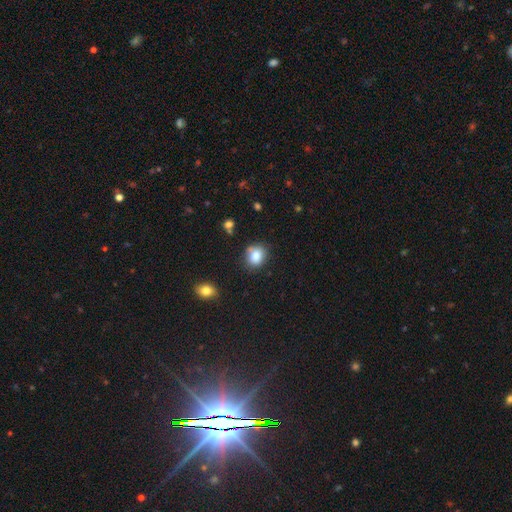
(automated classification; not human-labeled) smooth 82%, star or artifact 10%, featured or disk 8%. Down the decision tree: how rounded — round (66%); merging — none (76%).